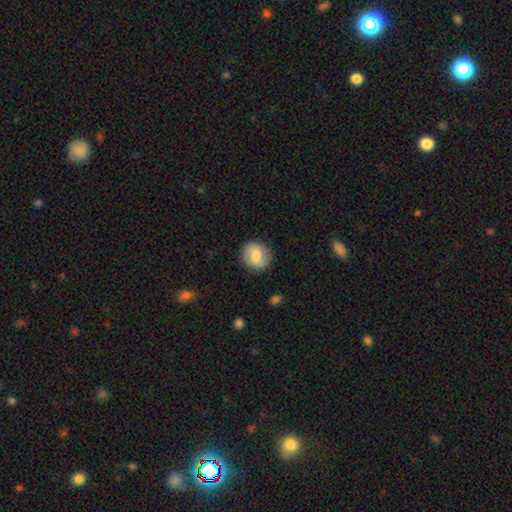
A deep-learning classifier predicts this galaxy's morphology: This appears to be a smooth galaxy with no disk features (66%) that is round (80%). Merging: none (85%).